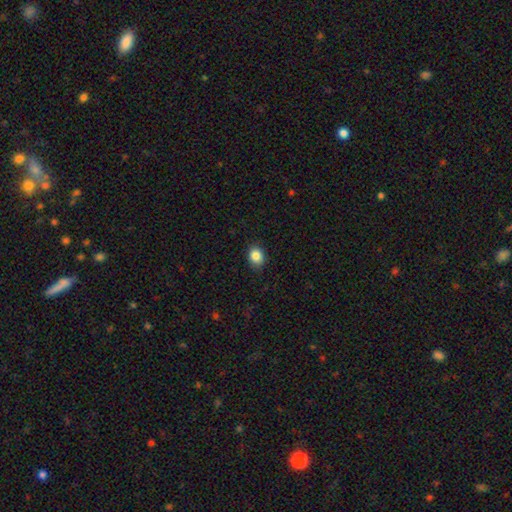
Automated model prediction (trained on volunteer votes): A smooth galaxy with no disk features (85%) that is in between round and cigar-shaped (52%).

Vote fractions:
- Smooth or featured? smooth: 85% / star or artifact: 10% / featured or disk: 5%
- How rounded? in between: 52% / round: 47% / cigar-shaped: 1%
- Merging? none: 87% / minor disturbance: 10% / major disturbance: 2% / merger: 1%